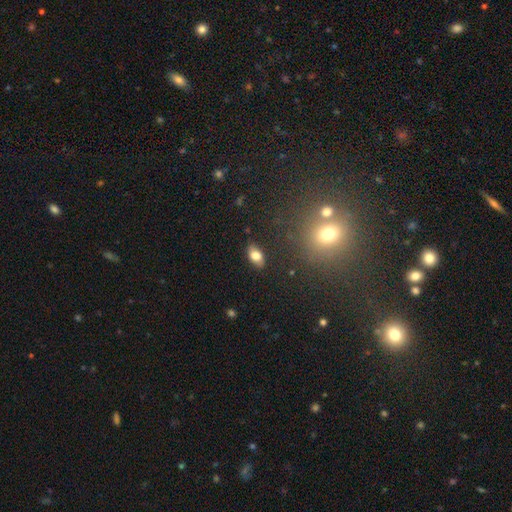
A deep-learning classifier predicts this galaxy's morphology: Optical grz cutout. It shows a smooth galaxy with no disk features (77%) that is in between round and cigar-shaped (90%). Merging: none (86%).